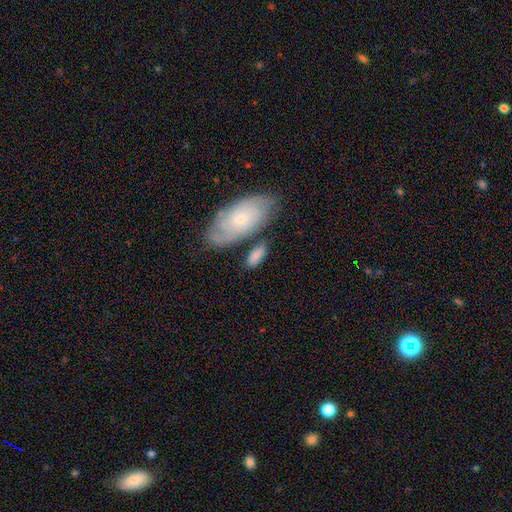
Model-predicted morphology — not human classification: smooth 71%, featured or disk 23%, star or artifact 6%. Down the decision tree: how rounded — in between (85%); merging — none (63%).